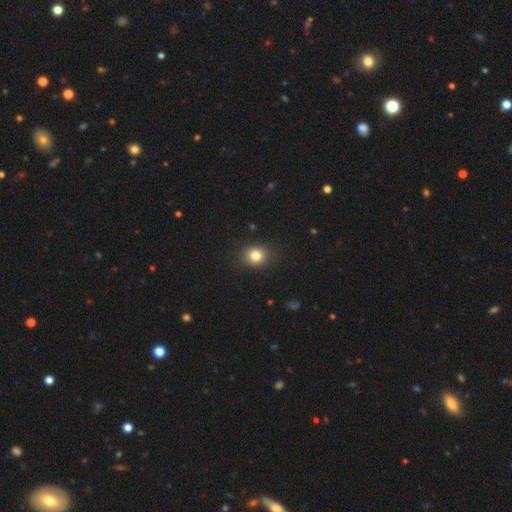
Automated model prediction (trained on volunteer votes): Smooth or featured?
  - smooth: 82% *
  - star or artifact: 12%
  - featured or disk: 6%
How rounded?
  - round: 71% *
  - in between: 28%
  - cigar-shaped: 1%
Merging?
  - none: 88% *
  - minor disturbance: 9%
  - major disturbance: 3%
  - merger: 1%